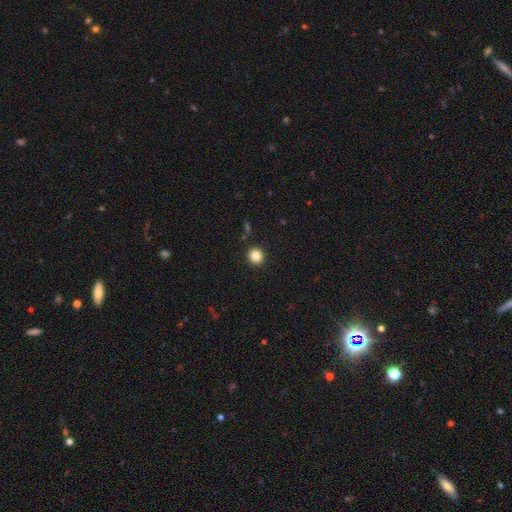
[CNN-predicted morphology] This appears to be a smooth galaxy with no disk features (84%) that is round (91%). Merging: none (91%).